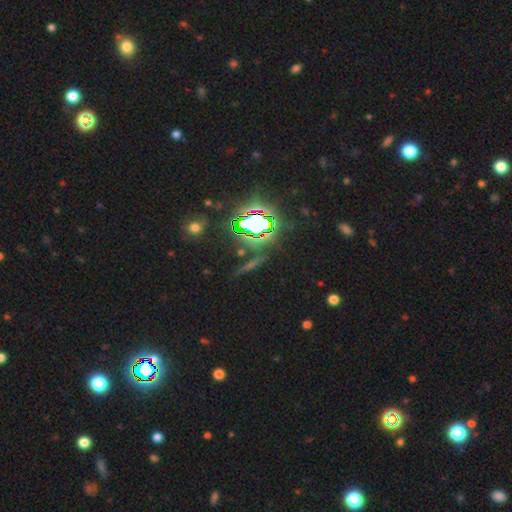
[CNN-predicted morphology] The model was most divided on "smooth or featured": star or artifact: 84%, smooth: 9%, featured or disk: 7%.